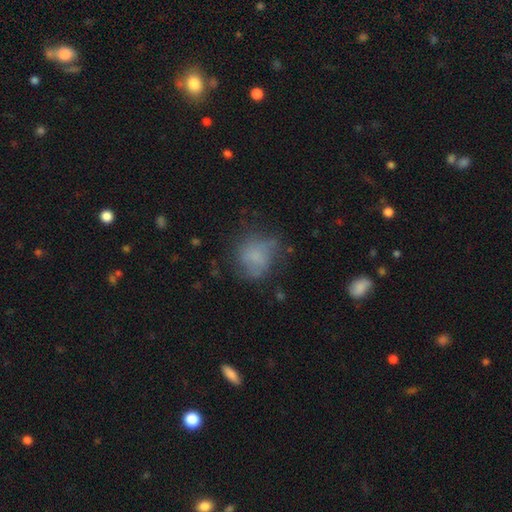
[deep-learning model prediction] The model was most divided on "merging": none: 50%, minor disturbance: 27%, major disturbance: 20%, merger: 3%. More confident: how rounded — round (67%); smooth or featured — smooth (63%).